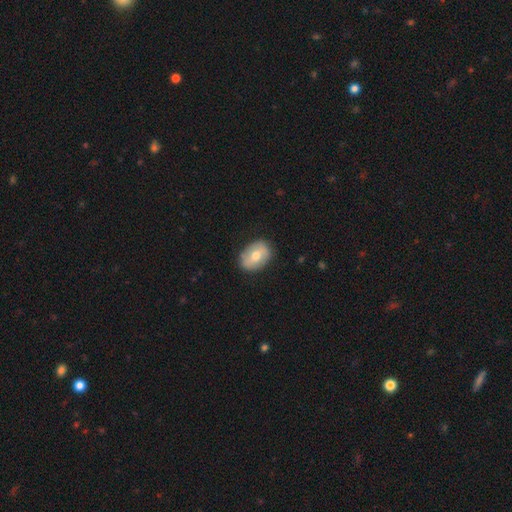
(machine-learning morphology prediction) This is possibly a smooth galaxy (54%). How rounded: likely in between (74%). Merging: clearly none (84%).